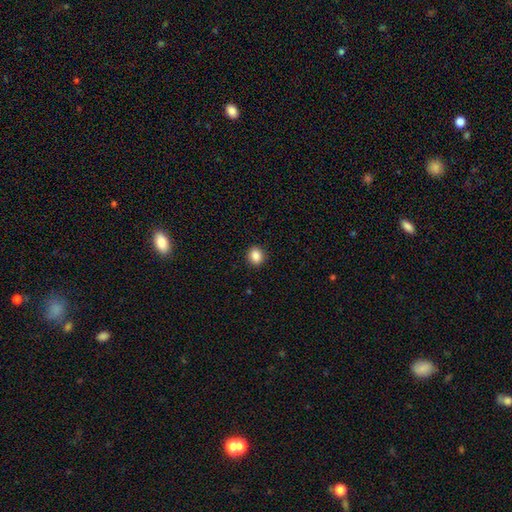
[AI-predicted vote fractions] A smooth galaxy with no disk features (87%) that is round (70%).

Vote fractions:
- Smooth or featured? smooth: 87% / star or artifact: 9% / featured or disk: 3%
- How rounded? round: 70% / in between: 29% / cigar-shaped: 1%
- Merging? none: 91% / minor disturbance: 6% / major disturbance: 2% / merger: 1%